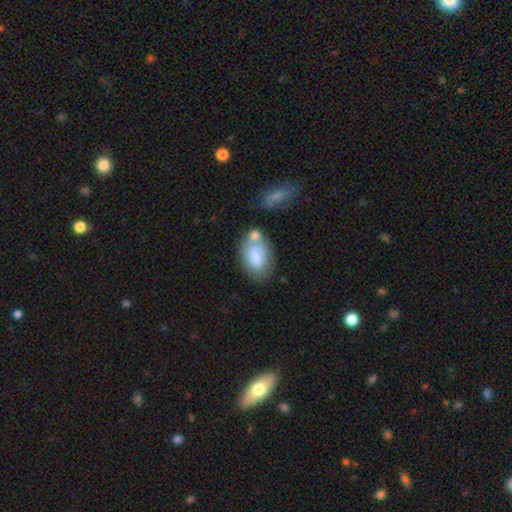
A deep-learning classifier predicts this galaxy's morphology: smooth-or-featured: smooth: 74% | featured or disk: 18% | star or artifact: 8%
  how-rounded: in between: 90% | round: 9% | cigar-shaped: 2%
  merging: none: 38% | merger: 34% | minor disturbance: 19% | major disturbance: 9%